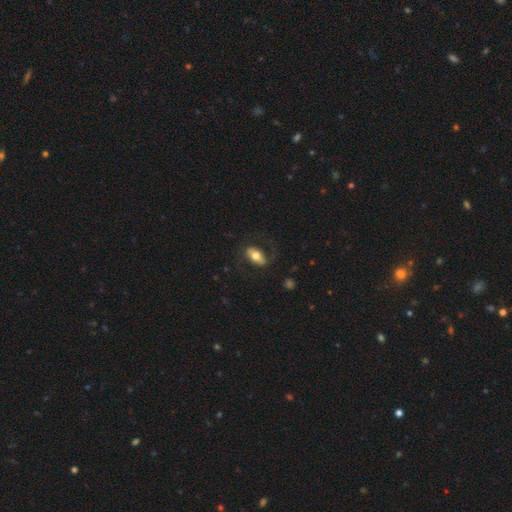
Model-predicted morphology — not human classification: Smooth or featured: smooth — 58% (featured or disk — 36%)
How rounded: in between — 89% (round — 6%)
Merging: none — 71% (minor disturbance — 15%)